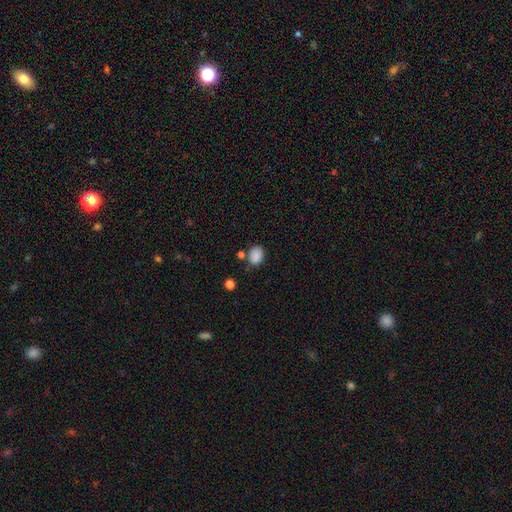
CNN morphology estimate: Smooth or featured: smooth — 86% (star or artifact — 10%)
How rounded: in between — 64% (round — 35%)
Merging: none — 69% (minor disturbance — 17%)